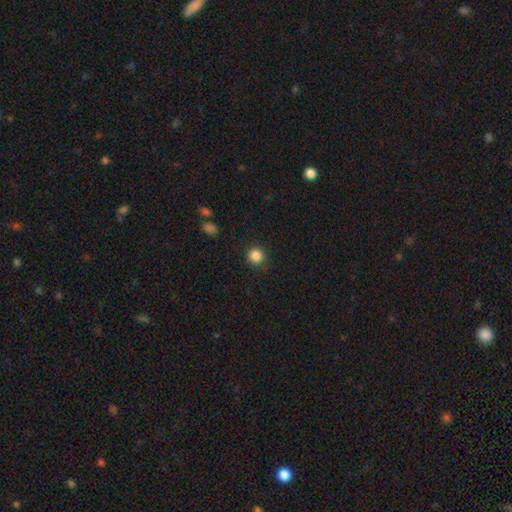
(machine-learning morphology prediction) Smooth or featured? smooth (85%)
How rounded? round (94%)
Merging? none (89%)